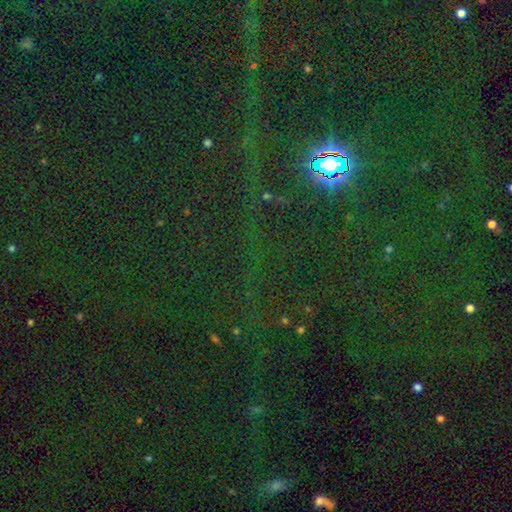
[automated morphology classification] A star or artifact, not a galaxy (85%).